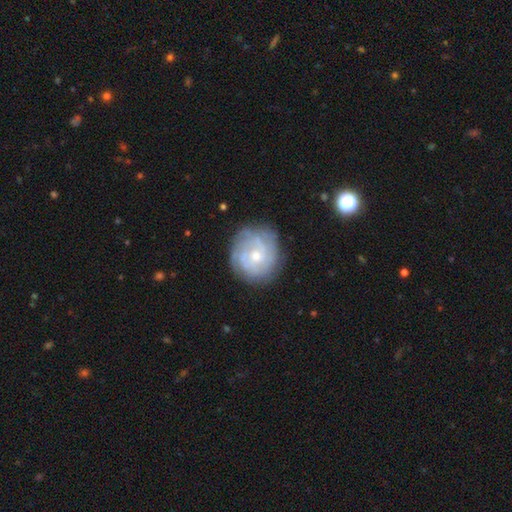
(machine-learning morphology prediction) A featured or disk galaxy (70%) with no bar (74%), tight (66%) spiral arms (83%) and a small central bulge (47%, tied with moderate).

Vote fractions:
- Smooth or featured? featured or disk: 70% / smooth: 23% / star or artifact: 7%
- Edge-on disk? no: 98% / yes: 2%
- Bar? no: 74% / weak: 23% / strong: 3%
- Spiral arms? yes: 83% / no: 17%
- Spiral winding? tight: 66% / medium: 25% / loose: 8%
- Spiral arm count? can't tell: 51% / 3: 15% / 2: 13% / 4: 11% / more than 4: 6% / 1: 5%
- Bulge size? small: 47% (tied) / moderate: 47% (tied) / large: 3% / none: 2% / dominant: 1%
- Merging? none: 76% / minor disturbance: 16% / major disturbance: 6% / merger: 1%